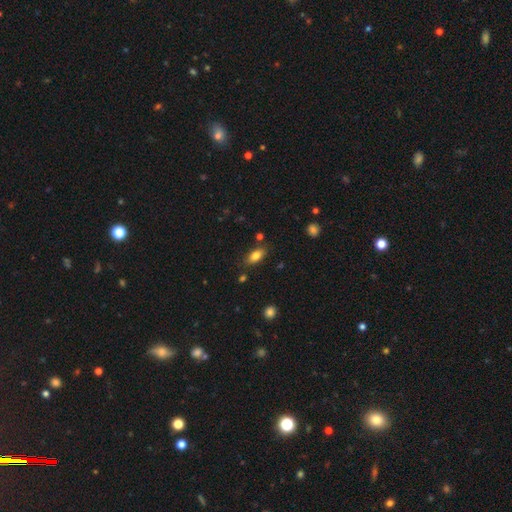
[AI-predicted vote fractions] Morphology: type=smooth (81%); roundness=in between (88%); merging=none (79%).